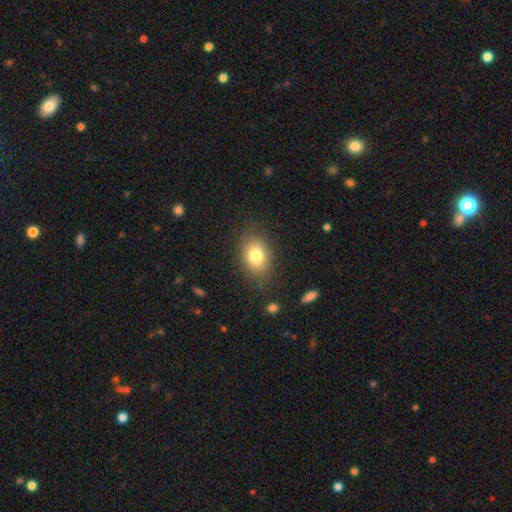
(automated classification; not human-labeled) Smooth or featured? smooth (78%)
How rounded? in between (69%)
Merging? none (82%)